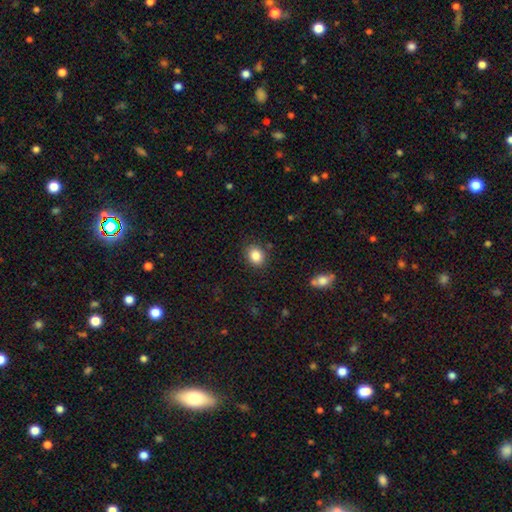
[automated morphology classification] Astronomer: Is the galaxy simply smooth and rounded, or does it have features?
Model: smooth — 85%.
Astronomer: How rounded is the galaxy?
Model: round — 51% (runner-up: in between, 48%).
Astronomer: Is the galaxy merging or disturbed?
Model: none — 86%.